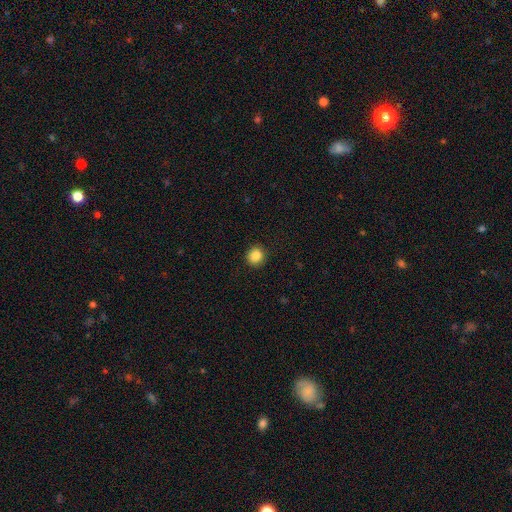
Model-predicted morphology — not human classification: This is clearly a smooth galaxy (86%). How rounded: clearly round (88%). Merging: clearly none (91%).